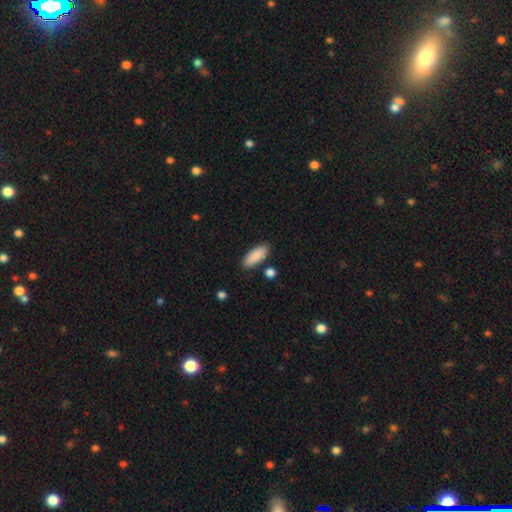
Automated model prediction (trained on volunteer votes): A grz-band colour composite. It shows a smooth galaxy with no disk features (89%) that is in between round and cigar-shaped (74%). Merging: none (84%).